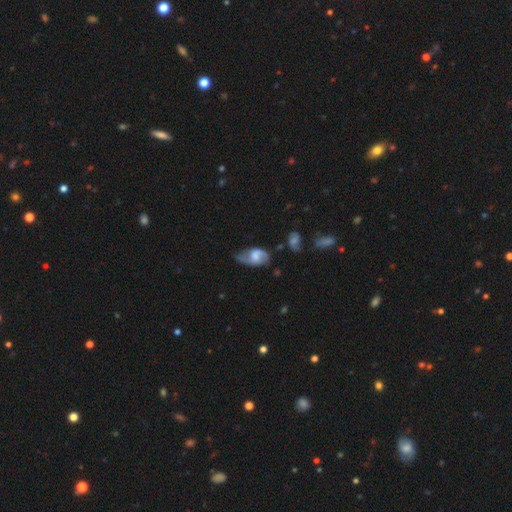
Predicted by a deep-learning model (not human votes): Smooth or featured? featured or disk (60%)
Edge-on disk? no (94%)
Bar? no (50%)
Spiral arms? yes (84%)
Bulge size? moderate (32%)
Merging? none (54%)